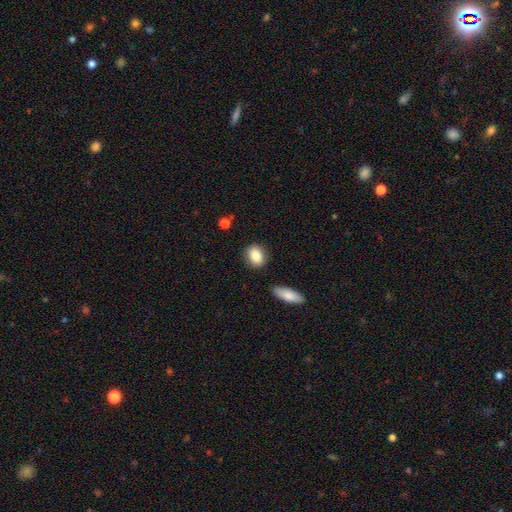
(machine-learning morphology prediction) smooth_or_featured: smooth (p=0.85) [alt: featured or disk p=0.07]
how_rounded: in between (p=0.55) [alt: round p=0.43]
merging: none (p=0.85) [alt: minor disturbance p=0.10]